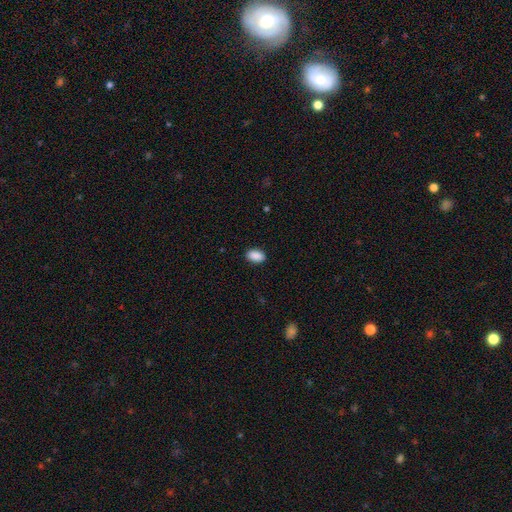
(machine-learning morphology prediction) type=smooth (90%); roundness=in between (90%); merging=none (89%).